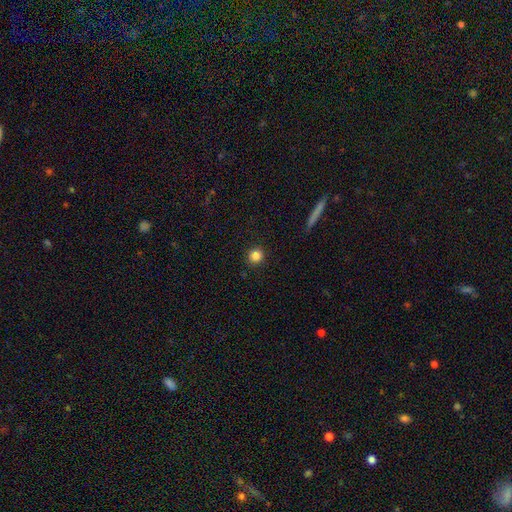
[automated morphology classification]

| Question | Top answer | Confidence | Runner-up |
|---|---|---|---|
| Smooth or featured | smooth | 85% | star or artifact (11%) |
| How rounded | round | 94% | in between (5%) |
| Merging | none | 92% | minor disturbance (5%) |